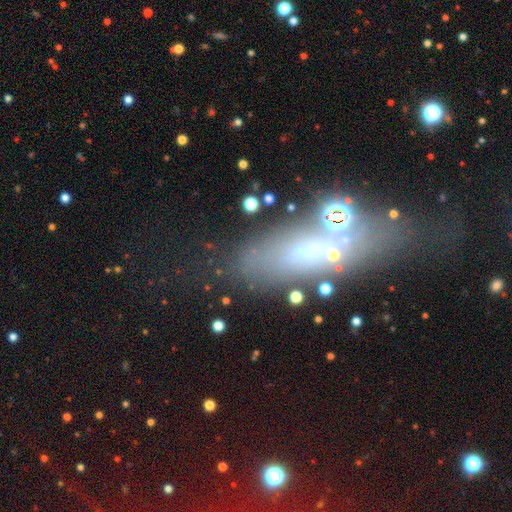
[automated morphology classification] A featured or disk galaxy (37%).

Vote fractions:
- Smooth or featured? featured or disk: 37% / smooth: 36% / star or artifact: 27%
- Merging? none: 55% / minor disturbance: 19% / major disturbance: 15% / merger: 11%